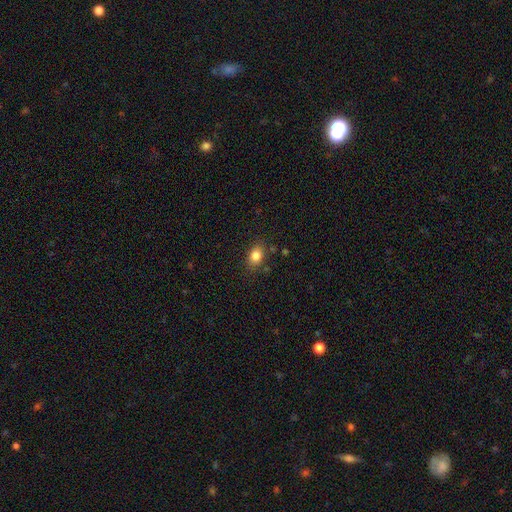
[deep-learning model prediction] The model was most divided on "how rounded": in between: 70%, round: 28%, cigar-shaped: 2%. More confident: smooth or featured — smooth (83%); merging — none (82%).